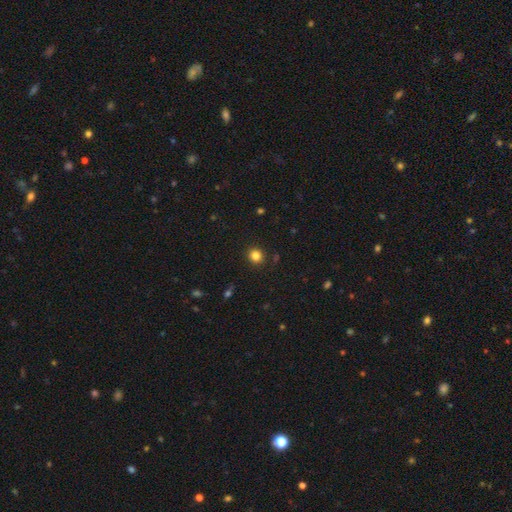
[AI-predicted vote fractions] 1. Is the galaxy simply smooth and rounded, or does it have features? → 83% smooth, 13% star or artifact, 5% featured or disk.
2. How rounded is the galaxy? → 88% round, 11% in between, 1% cigar-shaped.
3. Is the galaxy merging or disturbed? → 91% none, 6% minor disturbance, 2% major disturbance, 1% merger.